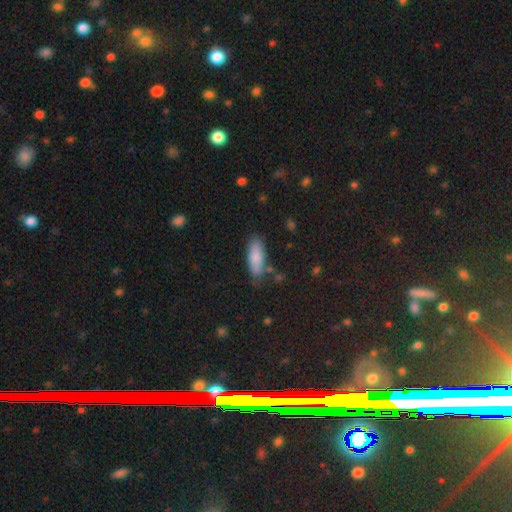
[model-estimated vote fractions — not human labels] smooth-or-featured: smooth: 84% | featured or disk: 10% | star or artifact: 7%
  how-rounded: in between: 70% | cigar-shaped: 28% | round: 2%
  merging: none: 76% | minor disturbance: 17% | major disturbance: 4% | merger: 4%